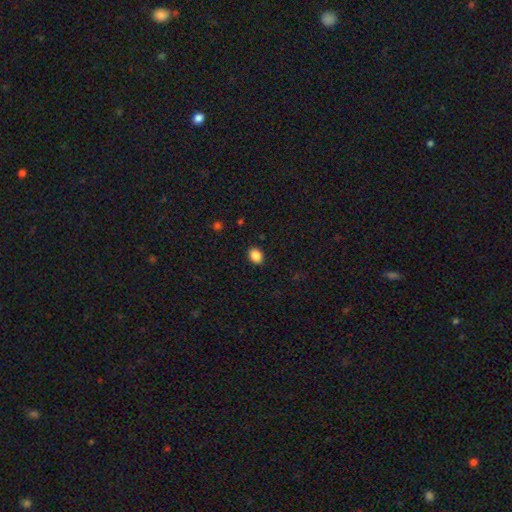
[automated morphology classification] Overall: smooth (88%). How rounded: in between (64%; round 35%). Merging: none (89%).